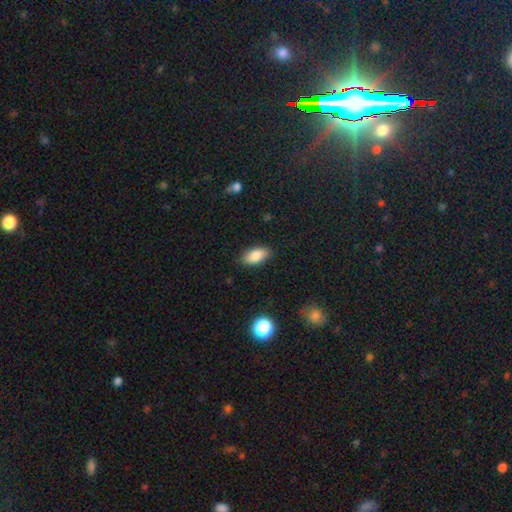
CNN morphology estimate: This appears to be a smooth galaxy with no disk features (86%) that is in between round and cigar-shaped (92%). Merging: none (86%).